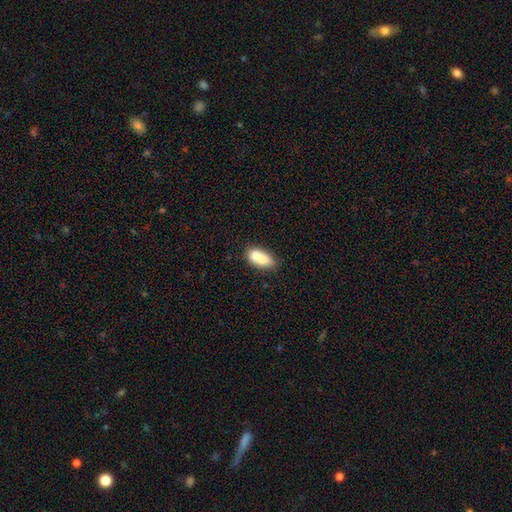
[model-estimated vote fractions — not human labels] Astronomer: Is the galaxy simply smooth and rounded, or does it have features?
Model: smooth — 70%.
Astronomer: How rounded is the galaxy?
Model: in between — 80%.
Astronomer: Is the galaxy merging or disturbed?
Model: merger — 49% (runner-up: none, 33%).